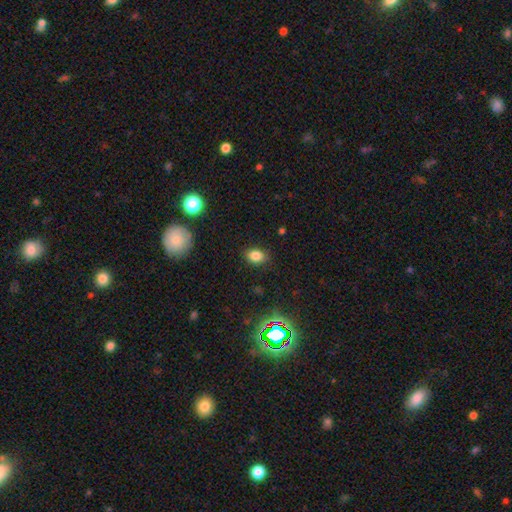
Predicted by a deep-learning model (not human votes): Smooth or featured? smooth (79%)
How rounded? in between (74%)
Merging? none (84%)